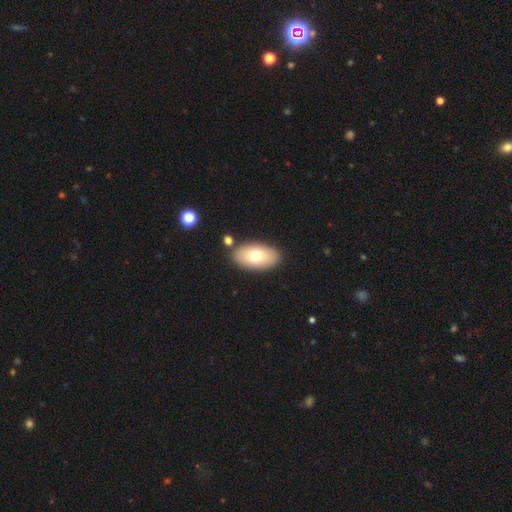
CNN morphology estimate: smooth_or_featured: smooth (p=0.73) [alt: featured or disk p=0.20]
how_rounded: in between (p=0.94) [alt: round p=0.04]
merging: none (p=0.85) [alt: minor disturbance p=0.08]